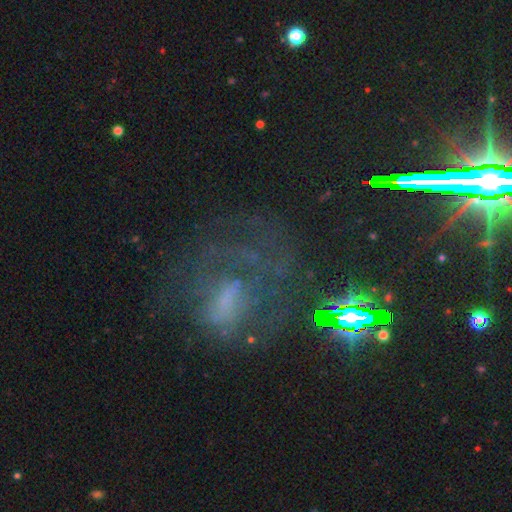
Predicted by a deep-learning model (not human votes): Overall: featured or disk (47%; star or artifact 34%). Merging: none (49%; major disturbance 31%).